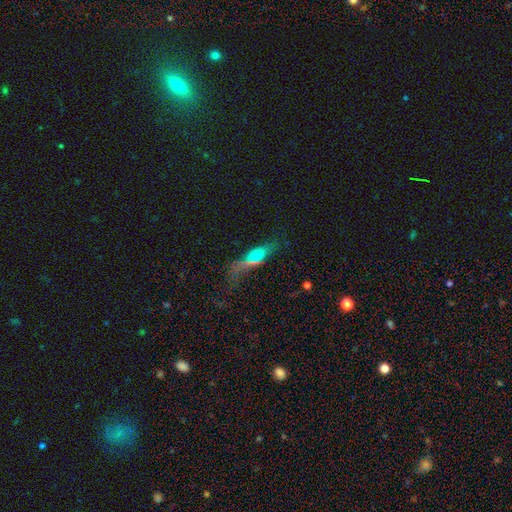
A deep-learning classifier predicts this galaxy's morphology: Smooth or featured?
  - smooth: 50% *
  - featured or disk: 27%
  - star or artifact: 23%
How rounded?
  - in between: 57% *
  - cigar-shaped: 34%
  - round: 10%
Merging?
  - none: 64% *
  - minor disturbance: 19%
  - major disturbance: 12%
  - merger: 6%